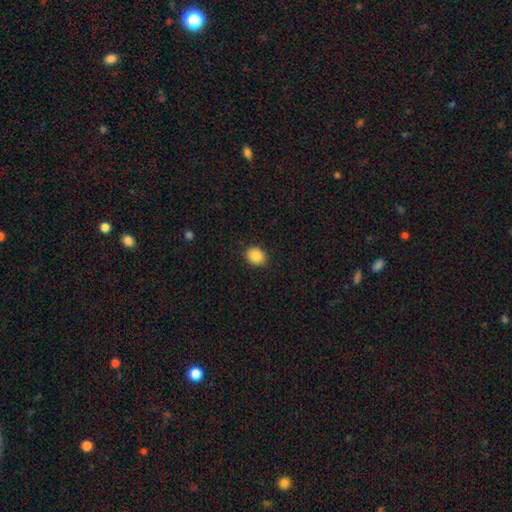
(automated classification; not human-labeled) This is clearly a smooth galaxy (88%). How rounded: possibly round (54%). Merging: clearly none (89%).